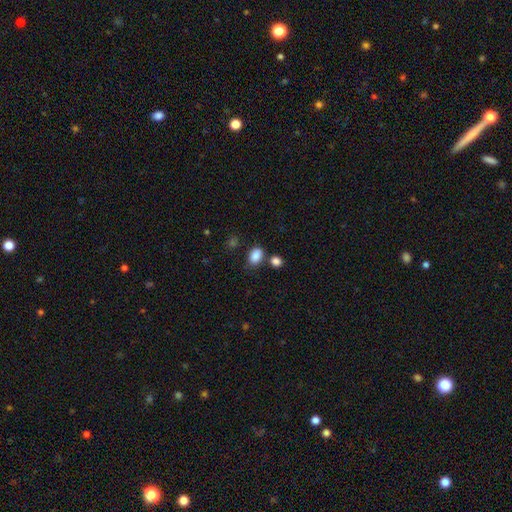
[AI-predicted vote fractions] smooth 87%, star or artifact 9%, featured or disk 4%. Down the decision tree: how rounded — in between (79%); merging — none (69%).